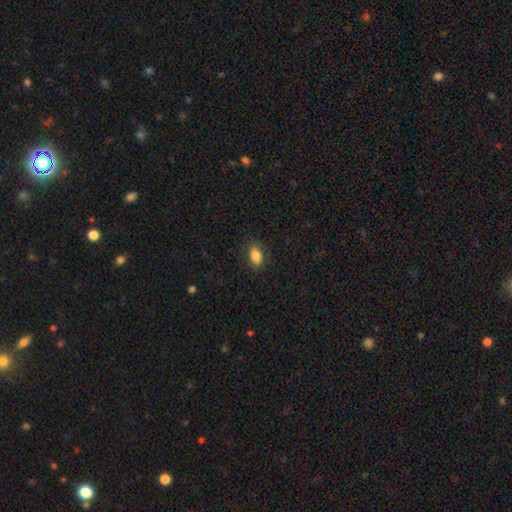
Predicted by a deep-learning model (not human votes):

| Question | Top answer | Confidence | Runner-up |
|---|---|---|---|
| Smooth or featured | smooth | 84% | star or artifact (9%) |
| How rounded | in between | 87% | round (9%) |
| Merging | none | 83% | minor disturbance (13%) |